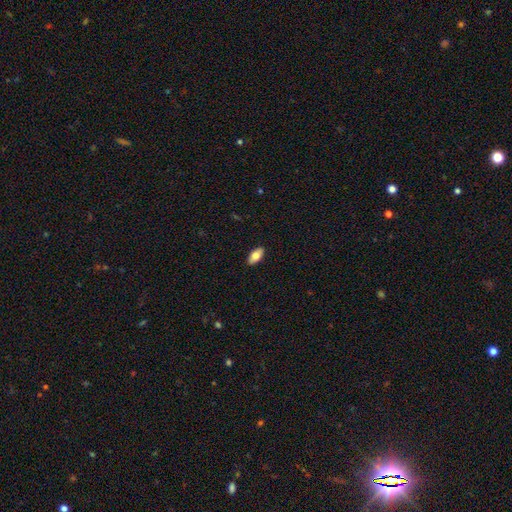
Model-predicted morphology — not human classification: Smooth or featured? Predicted: smooth (p=0.78). How rounded? Predicted: in between (p=0.90). Merging? Predicted: none (p=0.90).